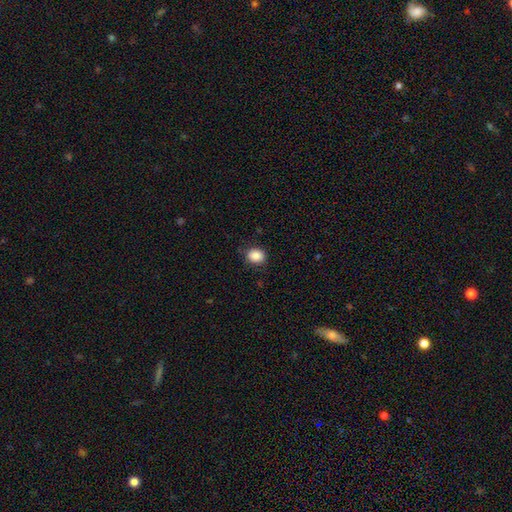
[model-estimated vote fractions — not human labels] This is clearly a smooth galaxy (88%). How rounded: possibly round (57%). Merging: clearly none (85%).